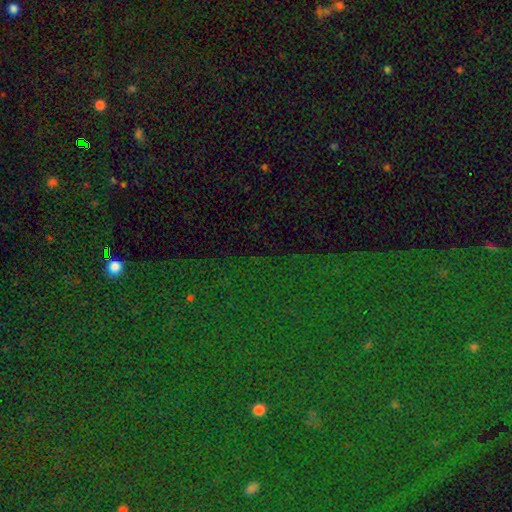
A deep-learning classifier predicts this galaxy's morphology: Smooth or featured?
  - star or artifact: 85% *
  - smooth: 8%
  - featured or disk: 7%